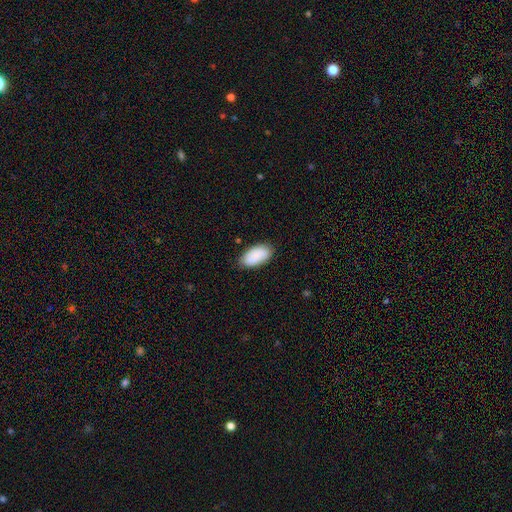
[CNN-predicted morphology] smooth_or_featured: smooth (p=0.87) [alt: featured or disk p=0.07]
how_rounded: in between (p=0.95) [alt: round p=0.03]
merging: none (p=0.82) [alt: minor disturbance p=0.14]